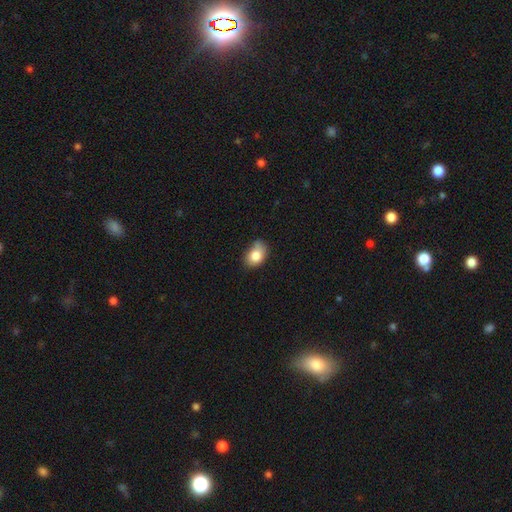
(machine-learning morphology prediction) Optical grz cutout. It shows a smooth galaxy with no disk features (81%) that is in between round and cigar-shaped (73%). Merging: none (47%).